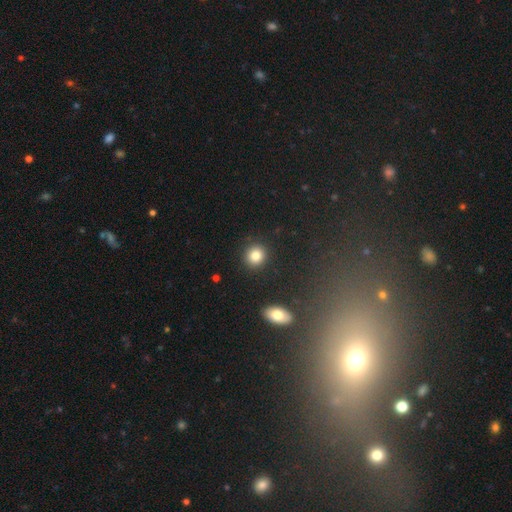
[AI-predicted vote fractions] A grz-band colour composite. It shows a smooth galaxy with no disk features (83%) that is round (87%). Merging: none (90%).